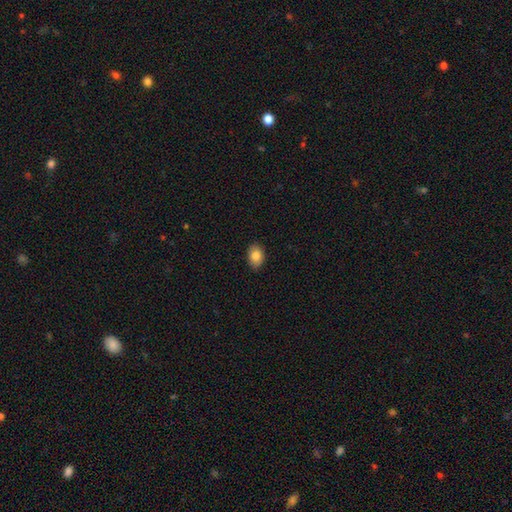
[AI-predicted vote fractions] Smooth or featured? smooth (85%)
How rounded? in between (84%)
Merging? none (88%)